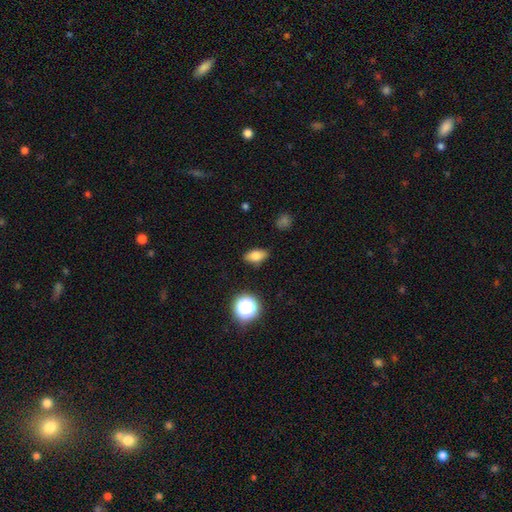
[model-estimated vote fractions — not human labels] Smooth or featured: smooth — 76% (featured or disk — 13%)
How rounded: in between — 83% (round — 10%)
Merging: none — 86% (minor disturbance — 10%)